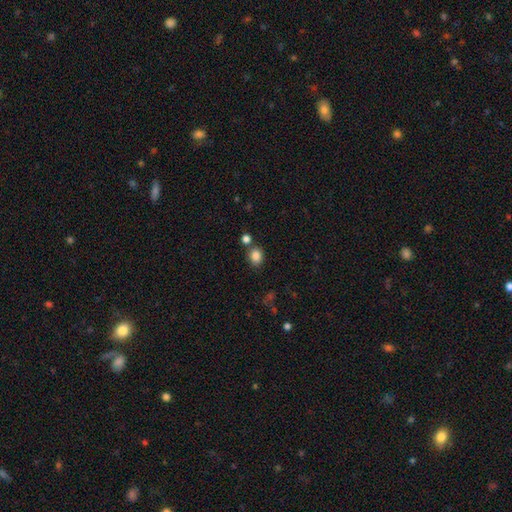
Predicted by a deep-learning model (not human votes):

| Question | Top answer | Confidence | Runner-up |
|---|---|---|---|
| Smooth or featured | smooth | 85% | star or artifact (11%) |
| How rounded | round | 58% | in between (41%) |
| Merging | none | 71% | merger (14%) |